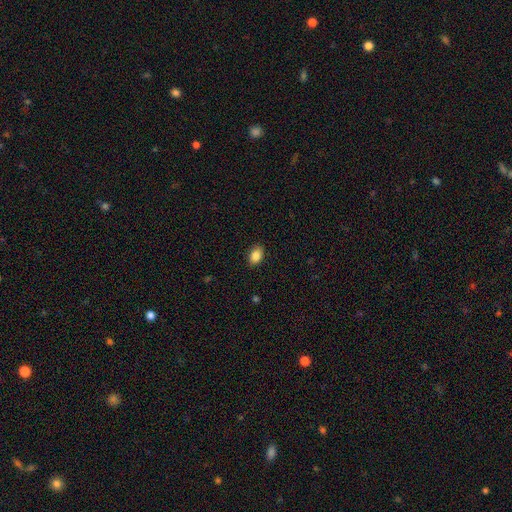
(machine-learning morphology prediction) A smooth galaxy with no disk features (87%) that is in between round and cigar-shaped (81%). Merging: none (88%).